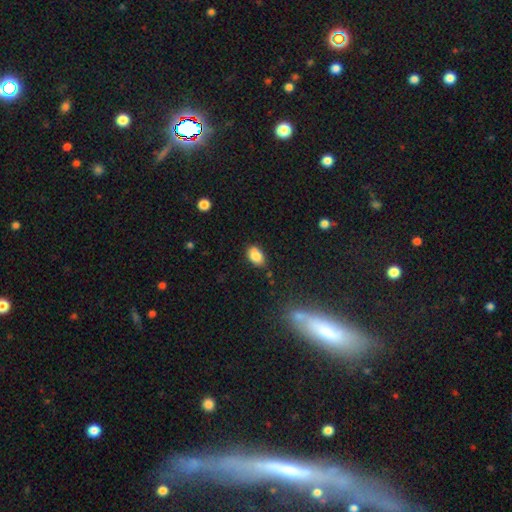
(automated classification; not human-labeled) Smooth or featured: smooth — 85% (star or artifact — 8%)
How rounded: in between — 89% (round — 9%)
Merging: none — 79% (minor disturbance — 16%)